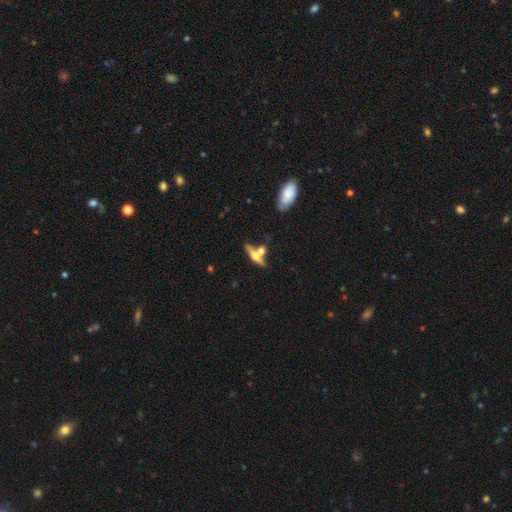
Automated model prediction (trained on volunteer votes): Smooth or featured?
  - featured or disk: 57% *
  - smooth: 35%
  - star or artifact: 8%
Edge-on disk?
  - yes: 90% *
  - no: 10%
Edge-on bulge?
  - rounded: 94% *
  - boxy: 3%
  - none: 3%
Merging?
  - none: 55% *
  - merger: 30%
  - minor disturbance: 10%
  - major disturbance: 4%